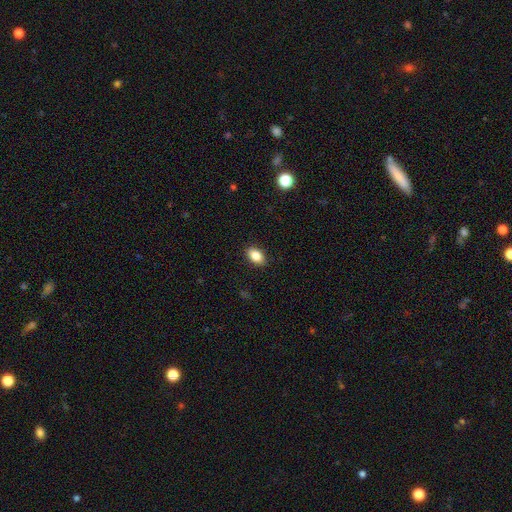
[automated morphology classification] Q: Smooth or featured?
A: smooth (85%); runner-up: star or artifact (8%)
Q: How rounded?
A: in between (87%); runner-up: round (11%)
Q: Merging?
A: none (89%); runner-up: minor disturbance (8%)